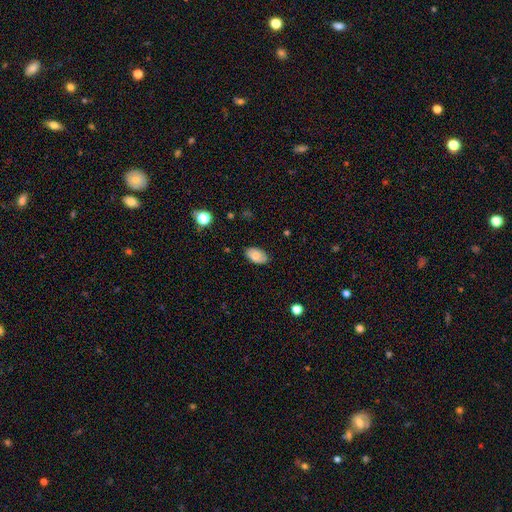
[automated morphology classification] smooth_or_featured: smooth (p=0.71) [alt: featured or disk p=0.21]
how_rounded: in between (p=0.93) [alt: round p=0.06]
merging: none (p=0.84) [alt: minor disturbance p=0.13]